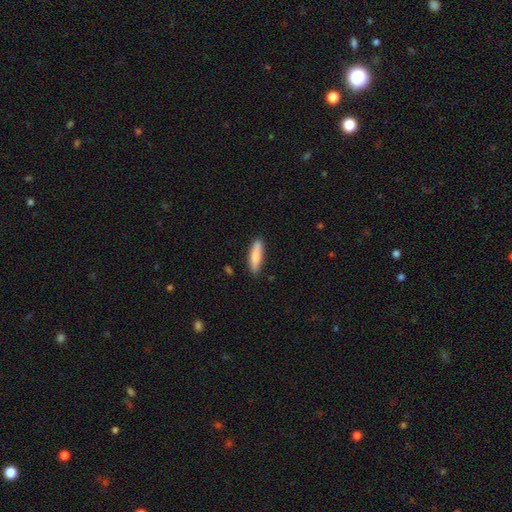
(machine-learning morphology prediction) This is likely a smooth galaxy (79%). How rounded: likely cigar-shaped (69%). Merging: clearly none (83%).